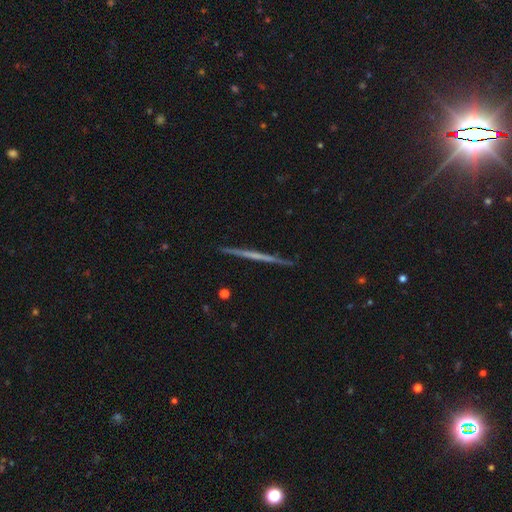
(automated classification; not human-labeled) The model was most divided on "smooth or featured": featured or disk: 63%, smooth: 31%, star or artifact: 6%. More confident: edge-on disk — yes (98%); merging — none (92%); edge-on bulge — none (87%).